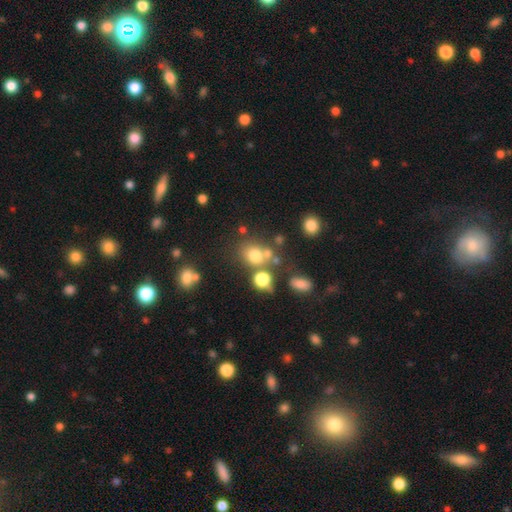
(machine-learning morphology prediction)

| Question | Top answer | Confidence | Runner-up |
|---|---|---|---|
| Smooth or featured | smooth | 70% | star or artifact (18%) |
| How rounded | round | 67% | in between (32%) |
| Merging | none | 52% | merger (27%) |